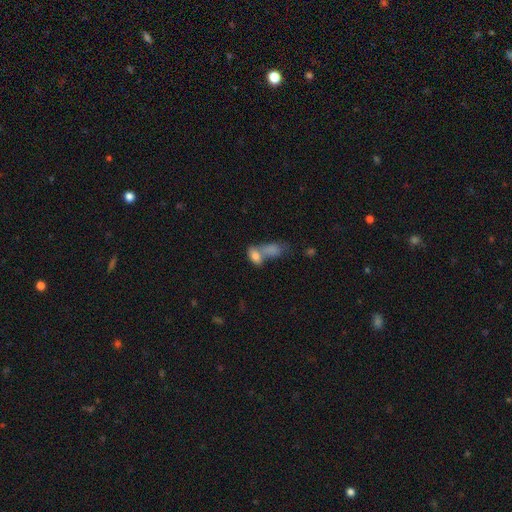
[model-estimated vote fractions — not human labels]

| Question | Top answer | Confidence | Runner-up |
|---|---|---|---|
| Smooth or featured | smooth | 81% | featured or disk (11%) |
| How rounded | in between | 88% | round (8%) |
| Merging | merger | 57% | none (28%) |